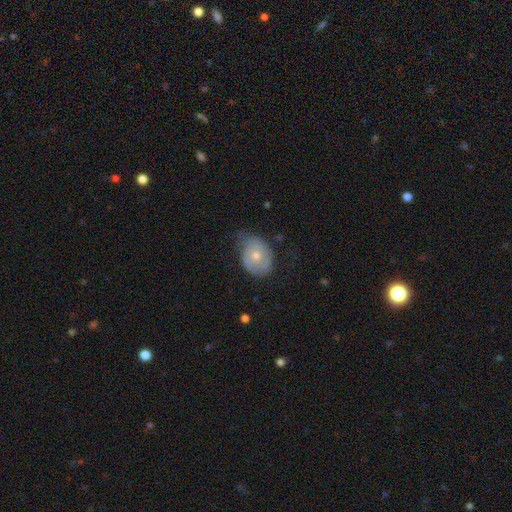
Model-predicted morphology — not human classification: Smooth or featured? Predicted: smooth (p=0.55). How rounded? Predicted: in between (p=0.55). Merging? Predicted: none (p=0.47).